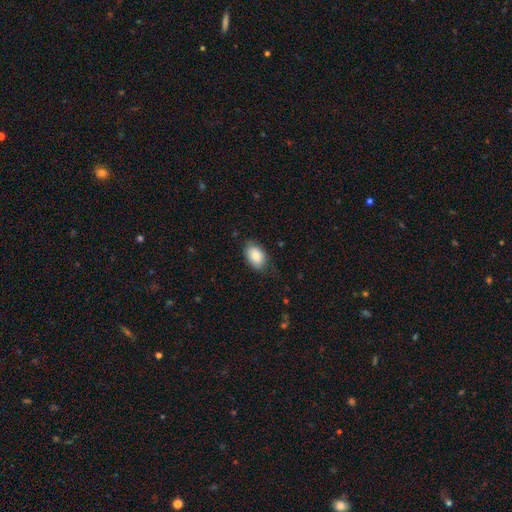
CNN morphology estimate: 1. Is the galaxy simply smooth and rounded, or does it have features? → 86% smooth, 8% featured or disk, 6% star or artifact.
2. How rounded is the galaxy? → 90% in between, 8% round, 1% cigar-shaped.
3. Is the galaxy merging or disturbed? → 73% none, 22% minor disturbance, 5% major disturbance, 1% merger.